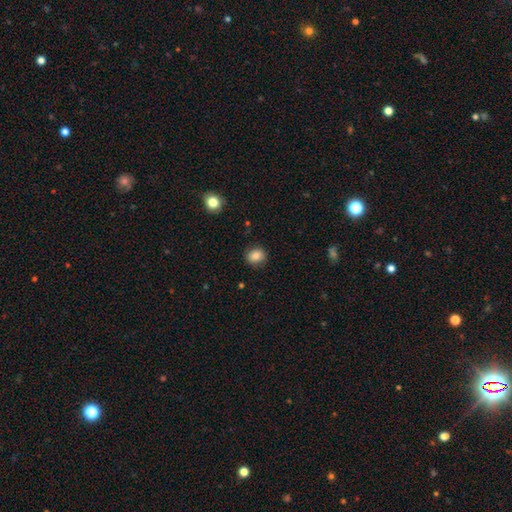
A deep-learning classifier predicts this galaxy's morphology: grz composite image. It shows a smooth galaxy with no disk features (83%) that is round (75%). Merging: none (87%).